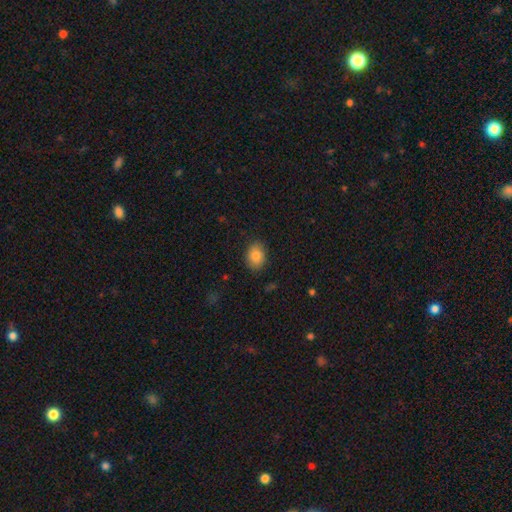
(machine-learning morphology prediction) Smooth or featured: smooth — 86% (star or artifact — 8%)
How rounded: in between — 72% (round — 27%)
Merging: none — 84% (minor disturbance — 12%)